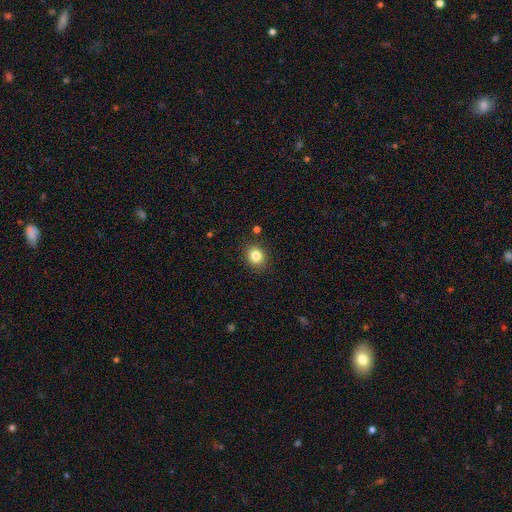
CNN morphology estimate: A smooth galaxy with no disk features (83%) that is round (72%).

Vote fractions:
- Smooth or featured? smooth: 83% / star or artifact: 11% / featured or disk: 6%
- How rounded? round: 72% / in between: 28% / cigar-shaped: 1%
- Merging? none: 88% / minor disturbance: 8% / major disturbance: 2% / merger: 2%